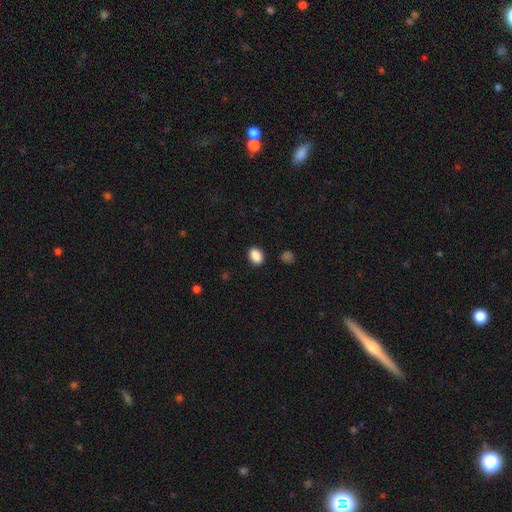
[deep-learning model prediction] smooth_or_featured: smooth (p=0.89) [alt: star or artifact p=0.09]
how_rounded: in between (p=0.80) [alt: round p=0.19]
merging: none (p=0.88) [alt: minor disturbance p=0.09]